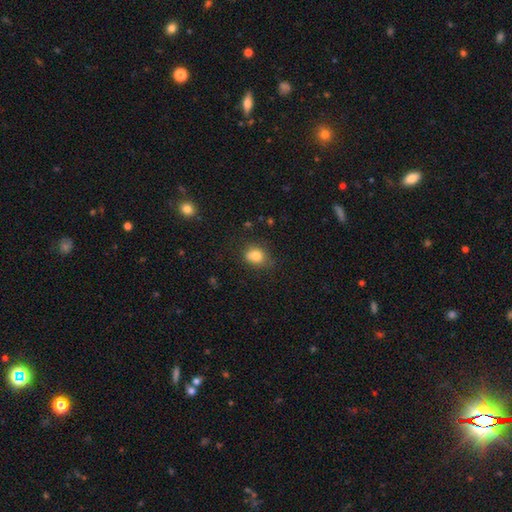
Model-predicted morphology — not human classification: smooth 81%, star or artifact 11%, featured or disk 9%. Down the decision tree: how rounded — round (53%); merging — none (64%).